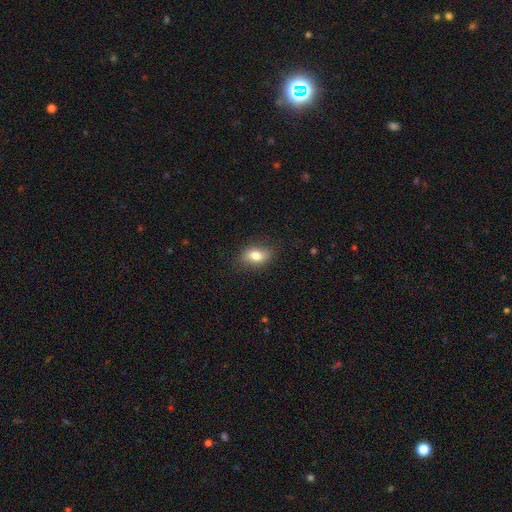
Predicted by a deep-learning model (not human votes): Q: Smooth or featured?
A: smooth (77%); runner-up: featured or disk (14%)
Q: How rounded?
A: in between (79%); runner-up: round (18%)
Q: Merging?
A: none (83%); runner-up: minor disturbance (13%)